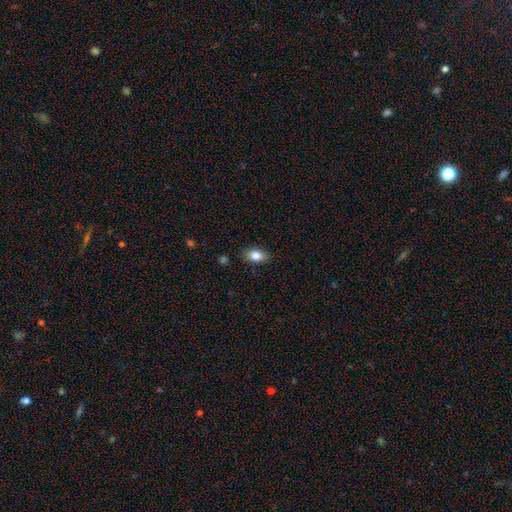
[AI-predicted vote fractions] Morphology: type=smooth (82%); roundness=in between (88%); merging=none (86%).